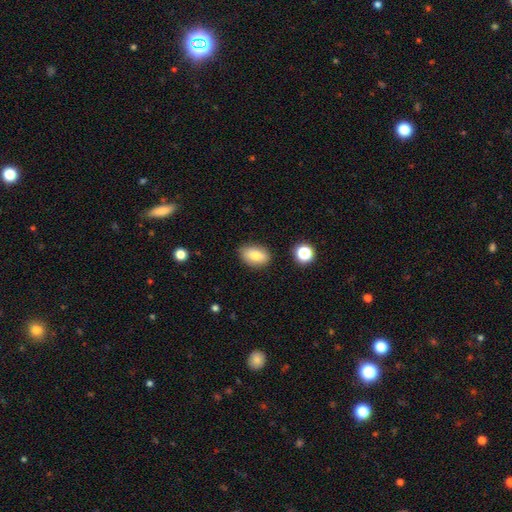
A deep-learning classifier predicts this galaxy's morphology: smooth-or-featured: smooth: 79% | featured or disk: 12% | star or artifact: 9%
  how-rounded: in between: 85% | round: 12% | cigar-shaped: 2%
  merging: none: 82% | minor disturbance: 13% | major disturbance: 3% | merger: 2%